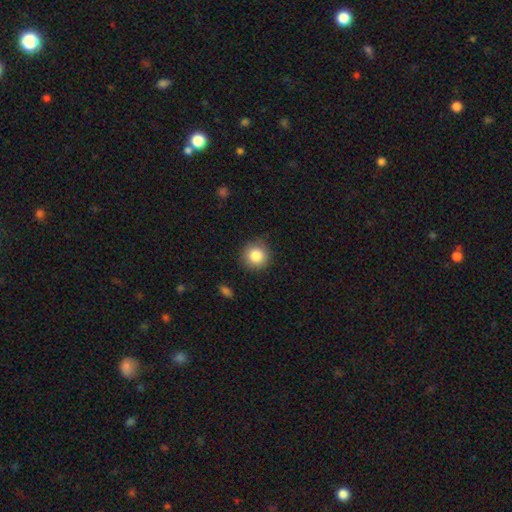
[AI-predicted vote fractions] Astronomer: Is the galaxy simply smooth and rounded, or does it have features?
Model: smooth — 84%.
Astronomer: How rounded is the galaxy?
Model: round — 93%.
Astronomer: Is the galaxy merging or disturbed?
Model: none — 88%.